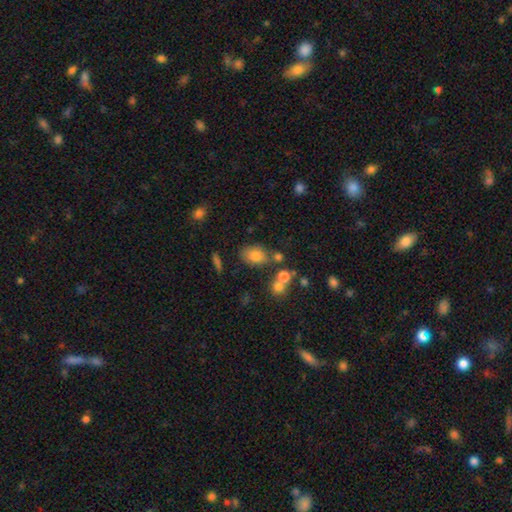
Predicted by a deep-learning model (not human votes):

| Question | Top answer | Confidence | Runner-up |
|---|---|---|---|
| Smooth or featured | smooth | 77% | star or artifact (12%) |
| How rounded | in between | 74% | round (24%) |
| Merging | none | 64% | minor disturbance (16%) |